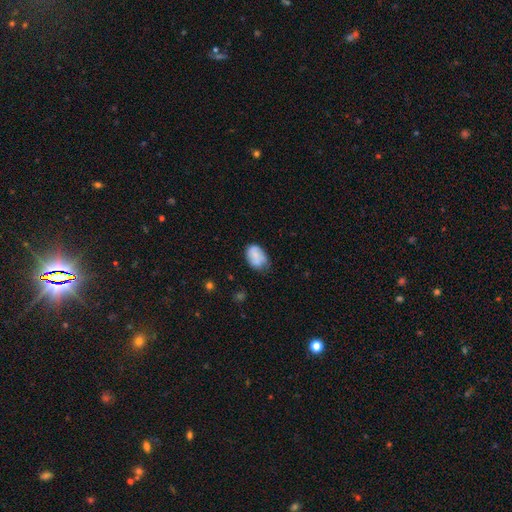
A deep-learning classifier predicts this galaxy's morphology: This appears to be a smooth galaxy with no disk features (77%) that is in between round and cigar-shaped (84%). Merging: none (51%).